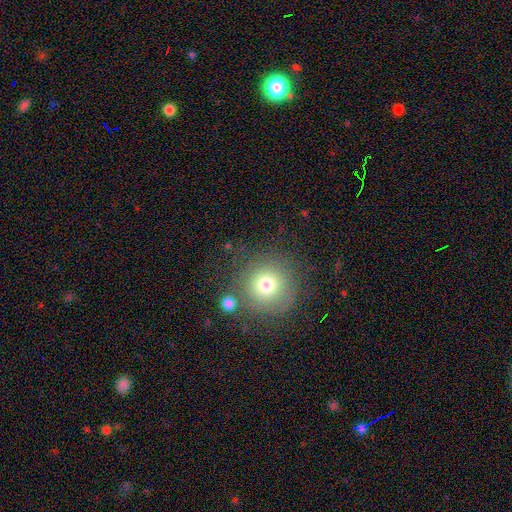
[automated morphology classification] type=smooth (59%); roundness=round (94%); merging=none (84%).